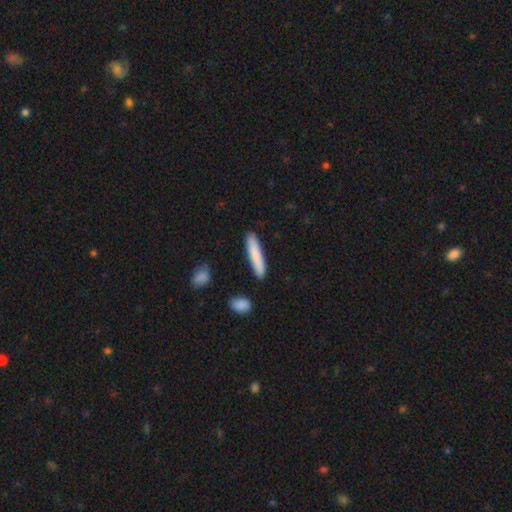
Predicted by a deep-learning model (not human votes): This is clearly a smooth galaxy (82%). How rounded: clearly cigar-shaped (91%). Merging: clearly none (88%).